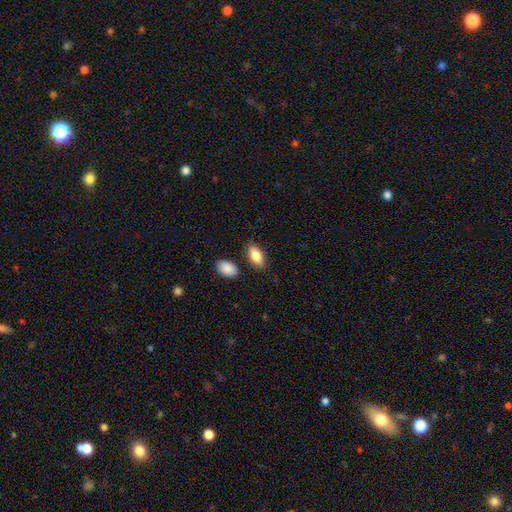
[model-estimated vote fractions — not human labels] smooth 85%, featured or disk 9%, star or artifact 6%. Down the decision tree: how rounded — in between (91%); merging — none (81%).